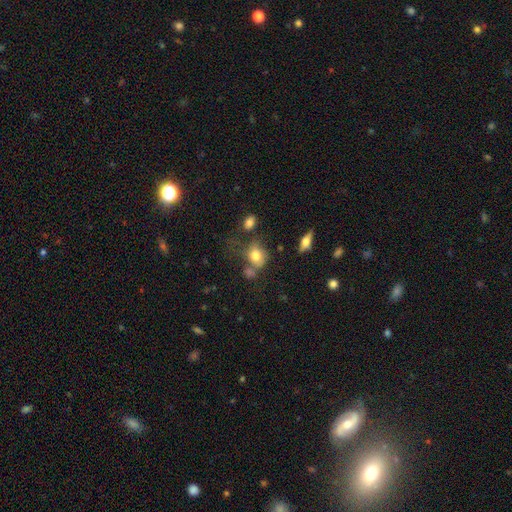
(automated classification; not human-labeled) A smooth galaxy with no disk features (73%) that is in between round and cigar-shaped (57%).

Vote fractions:
- Smooth or featured? smooth: 73% / featured or disk: 16% / star or artifact: 11%
- How rounded? in between: 57% / round: 41% / cigar-shaped: 2%
- Merging? none: 40% / minor disturbance: 24% / major disturbance: 18% / merger: 18%